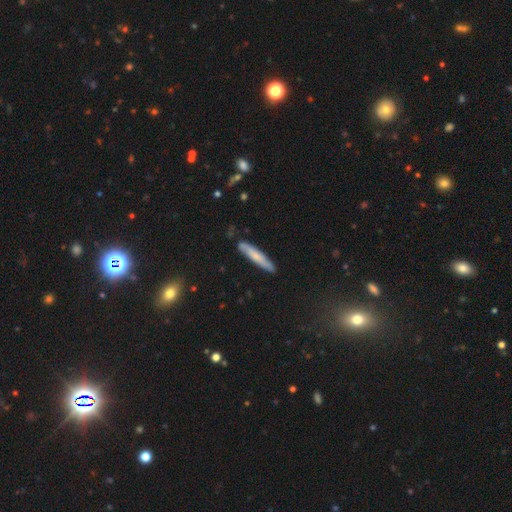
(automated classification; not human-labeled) A smooth galaxy with no disk features (64%) that is cigar-shaped (92%). Merging: none (83%).